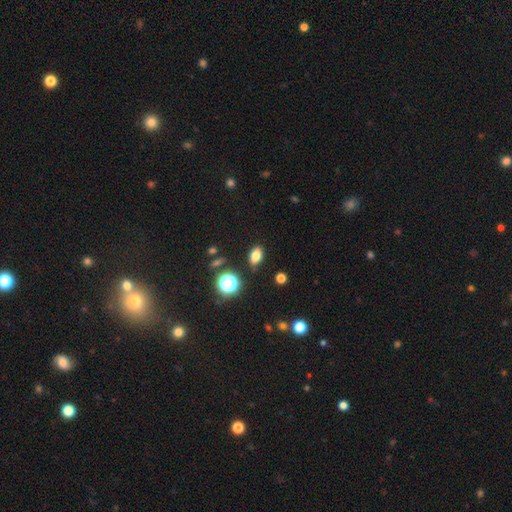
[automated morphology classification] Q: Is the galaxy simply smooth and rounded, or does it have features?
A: smooth — 76%.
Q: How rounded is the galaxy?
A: in between — 81%.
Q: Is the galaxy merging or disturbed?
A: none — 84%.